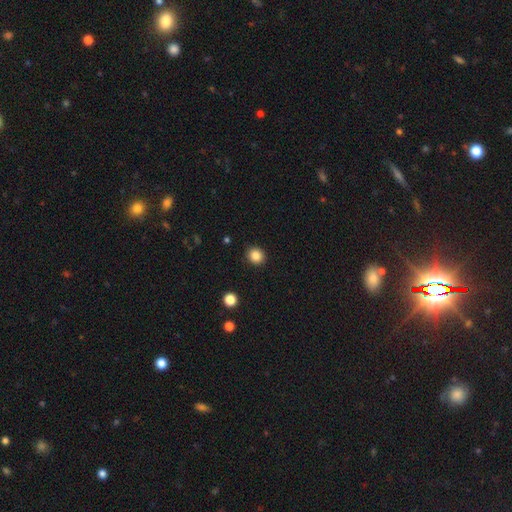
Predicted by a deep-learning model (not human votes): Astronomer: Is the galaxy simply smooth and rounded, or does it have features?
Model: smooth — 85%.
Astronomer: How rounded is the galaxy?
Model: round — 81%.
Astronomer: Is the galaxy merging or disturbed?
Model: none — 91%.